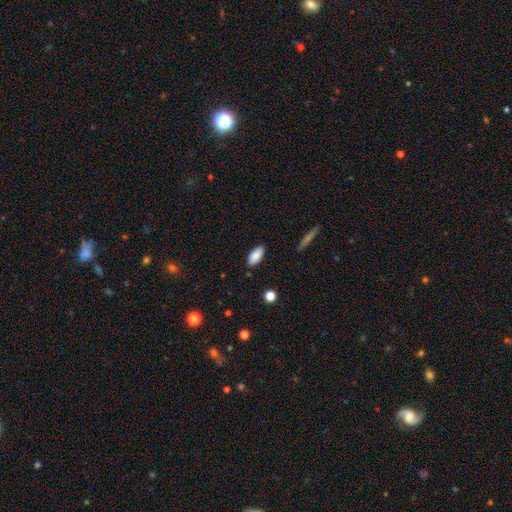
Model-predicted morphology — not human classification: smooth-or-featured: smooth: 88% | star or artifact: 7% | featured or disk: 5%
  how-rounded: in between: 91% | cigar-shaped: 7% | round: 2%
  merging: none: 86% | minor disturbance: 10% | major disturbance: 2% | merger: 1%